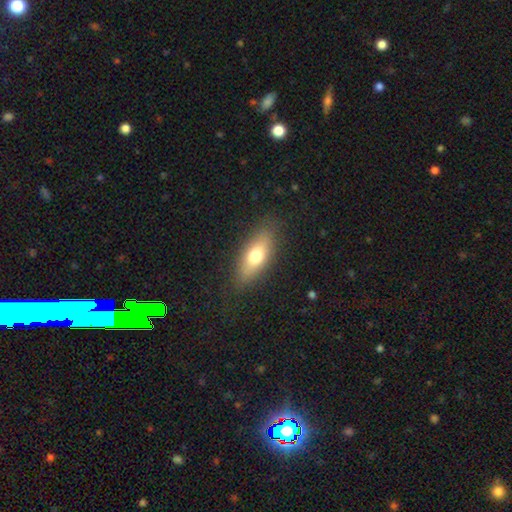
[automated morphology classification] This appears to be a smooth galaxy with no disk features (68%) that is in between round and cigar-shaped (70%). Merging: none (84%).